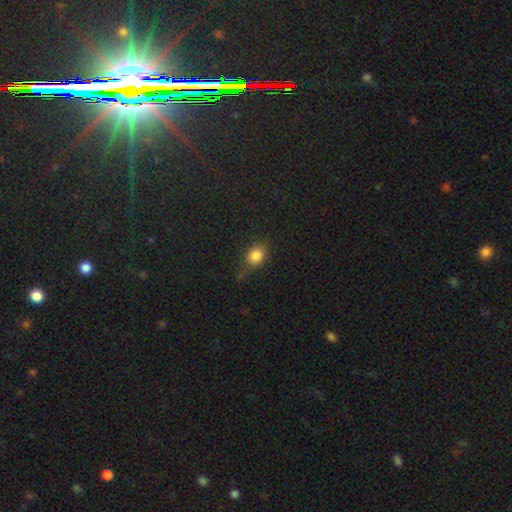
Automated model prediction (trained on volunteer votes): A smooth galaxy with no disk features (81%) that is in between round and cigar-shaped (50%).

Vote fractions:
- Smooth or featured? smooth: 81% / star or artifact: 12% / featured or disk: 7%
- How rounded? in between: 50% / round: 48% / cigar-shaped: 2%
- Merging? none: 60% / minor disturbance: 27% / major disturbance: 9% / merger: 4%